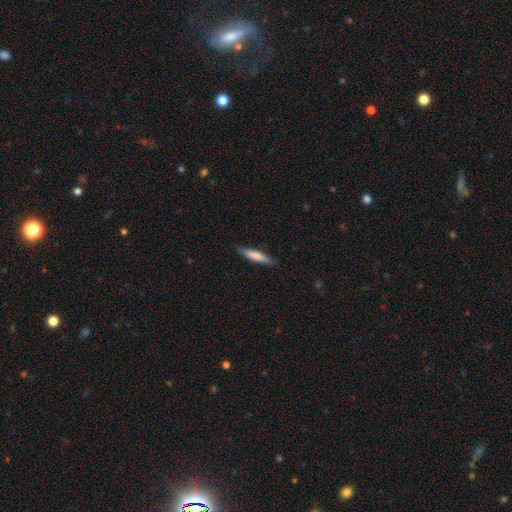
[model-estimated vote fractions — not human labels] Morphology: type=smooth (72%); roundness=cigar-shaped (84%); merging=none (84%).